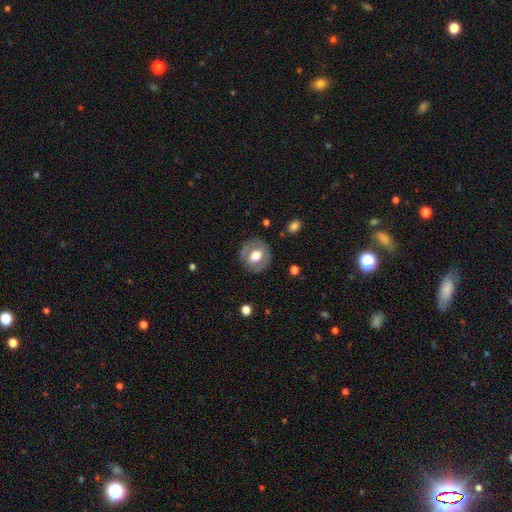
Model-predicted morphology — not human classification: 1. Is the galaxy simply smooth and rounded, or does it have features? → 48% smooth, 45% featured or disk, 7% star or artifact.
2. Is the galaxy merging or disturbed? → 79% none, 14% minor disturbance, 6% major disturbance, 1% merger.